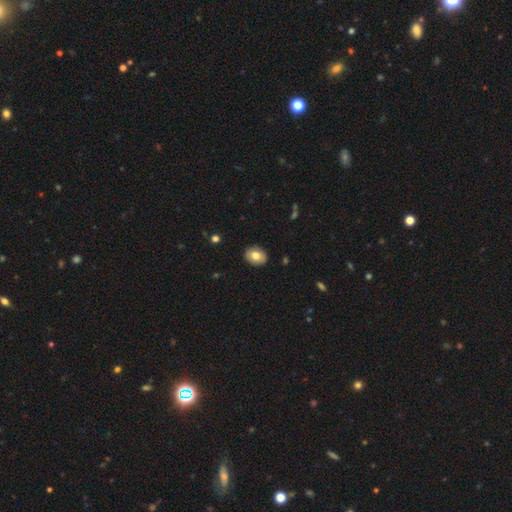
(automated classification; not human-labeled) This appears to be a smooth galaxy with no disk features (75%) that is in between round and cigar-shaped (63%). Merging: none (89%).